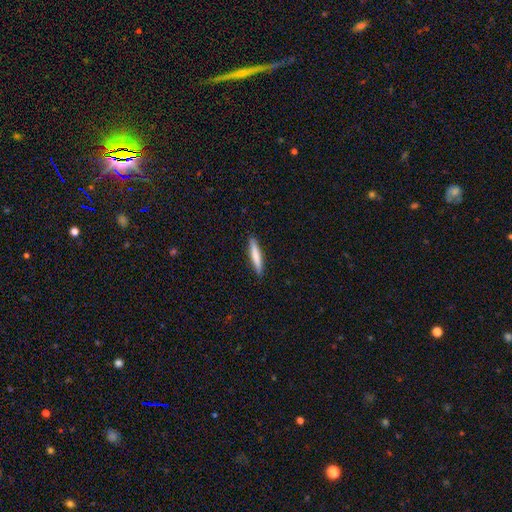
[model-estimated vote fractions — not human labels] The model was most divided on "smooth or featured": smooth: 74%, featured or disk: 21%, star or artifact: 5%. More confident: how rounded — cigar-shaped (92%); merging — none (90%).